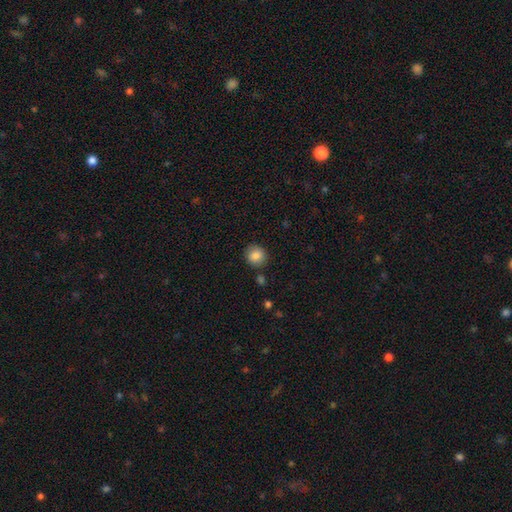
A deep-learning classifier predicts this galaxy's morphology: Smooth or featured: smooth — 86% (star or artifact — 9%)
How rounded: round — 89% (in between — 10%)
Merging: none — 86% (minor disturbance — 8%)